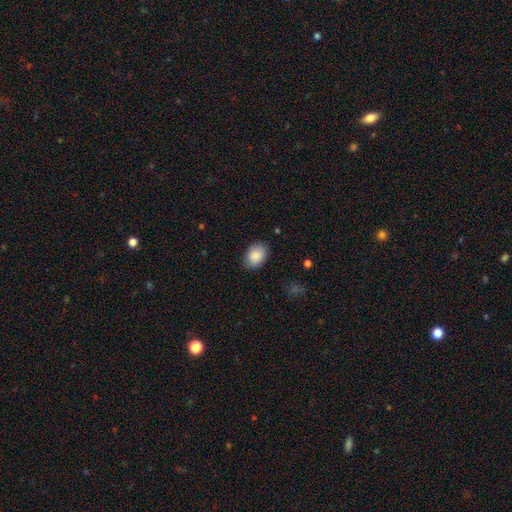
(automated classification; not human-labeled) Overall: smooth (88%). How rounded: in between (75%). Merging: none (83%).